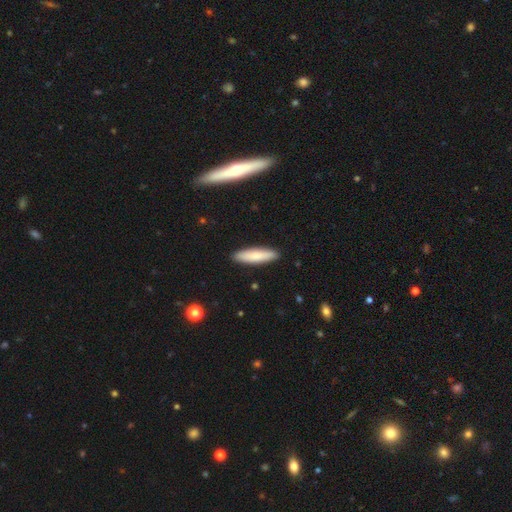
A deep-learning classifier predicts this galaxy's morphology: A smooth galaxy with no disk features (80%) that is cigar-shaped (71%).

Vote fractions:
- Smooth or featured? smooth: 80% / featured or disk: 15% / star or artifact: 5%
- How rounded? cigar-shaped: 71% / in between: 28% / round: 1%
- Merging? none: 90% / minor disturbance: 7% / major disturbance: 1% / merger: 1%